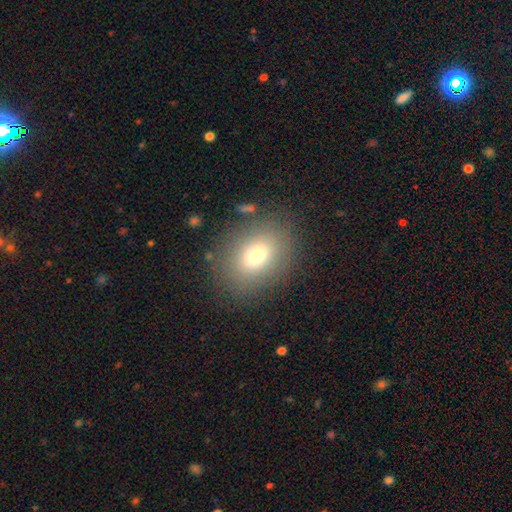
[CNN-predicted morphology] smooth_or_featured: smooth (p=0.74) [alt: featured or disk p=0.14]
how_rounded: in between (p=0.62) [alt: round p=0.37]
merging: none (p=0.82) [alt: minor disturbance p=0.10]